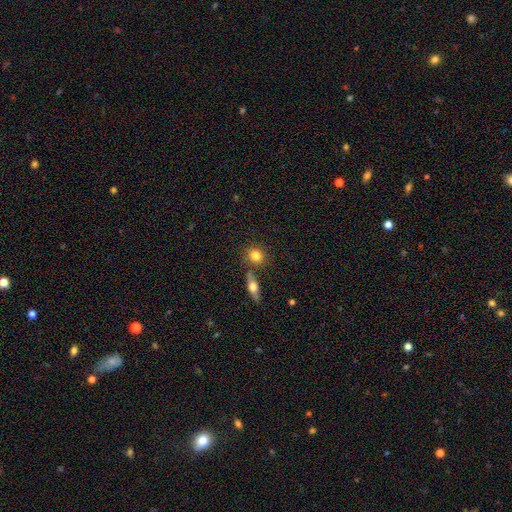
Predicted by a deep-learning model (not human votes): This is likely a smooth galaxy (79%). How rounded: likely round (74%). Merging: likely none (70%).